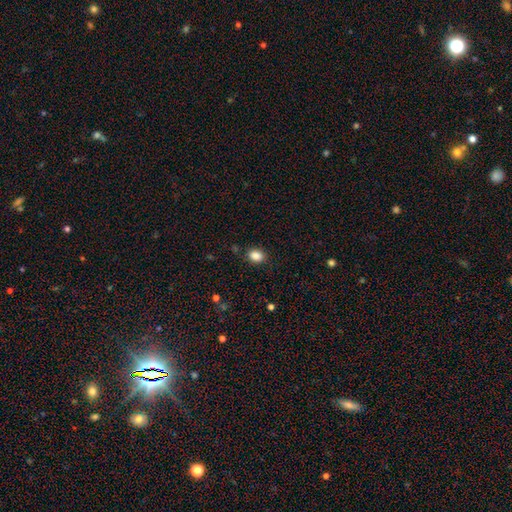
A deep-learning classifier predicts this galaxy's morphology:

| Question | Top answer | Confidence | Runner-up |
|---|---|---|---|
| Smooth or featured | smooth | 87% | star or artifact (10%) |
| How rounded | in between | 61% | round (38%) |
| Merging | none | 86% | minor disturbance (10%) |